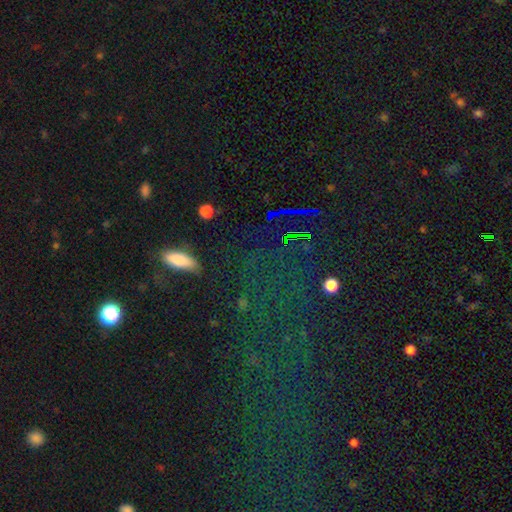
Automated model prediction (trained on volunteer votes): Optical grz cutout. It shows a star or artifact, not a galaxy (48%).